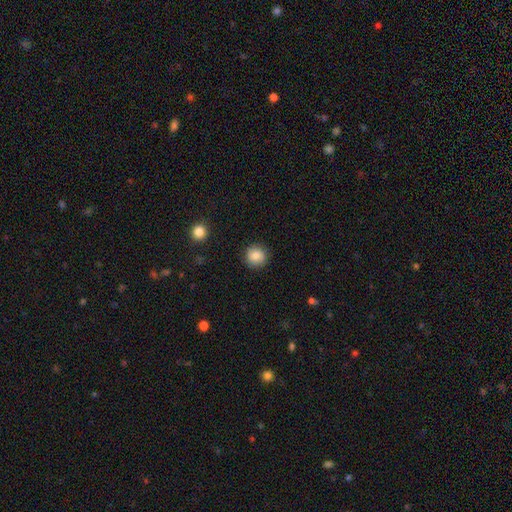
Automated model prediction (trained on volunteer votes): The model was most divided on "smooth or featured": smooth: 82%, featured or disk: 9%, star or artifact: 9%. More confident: how rounded — round (92%); merging — none (88%).